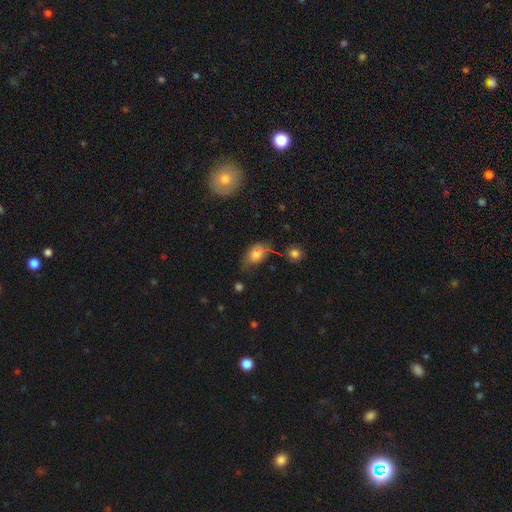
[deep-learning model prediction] This appears to be a smooth galaxy with no disk features (68%) that is in between round and cigar-shaped (87%). Merging: none (44%).